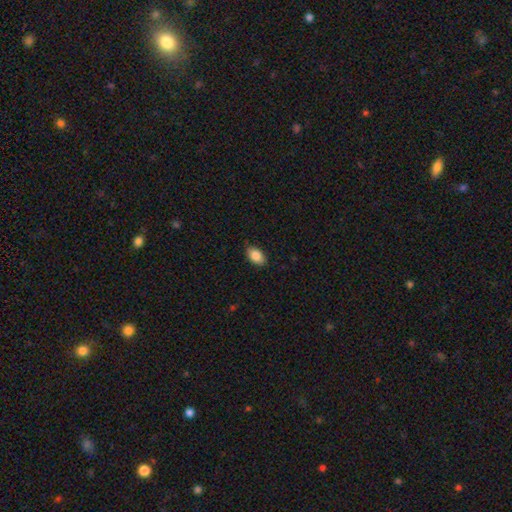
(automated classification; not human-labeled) Smooth or featured? Predicted: smooth (p=0.87). How rounded? Predicted: in between (p=0.91). Merging? Predicted: none (p=0.84).